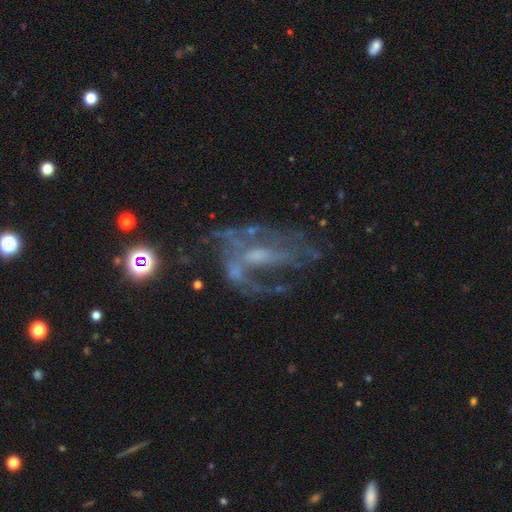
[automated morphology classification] This appears to be a featured or disk galaxy (75%) with no bar (42%), spiral arms (67%) and a small central bulge (38%). Merging: none (42%).